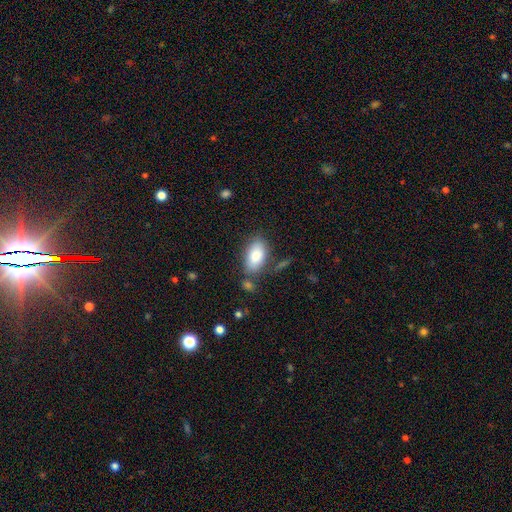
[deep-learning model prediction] smooth 80%, featured or disk 13%, star or artifact 7%. Down the decision tree: how rounded — in between (93%); merging — none (72%).